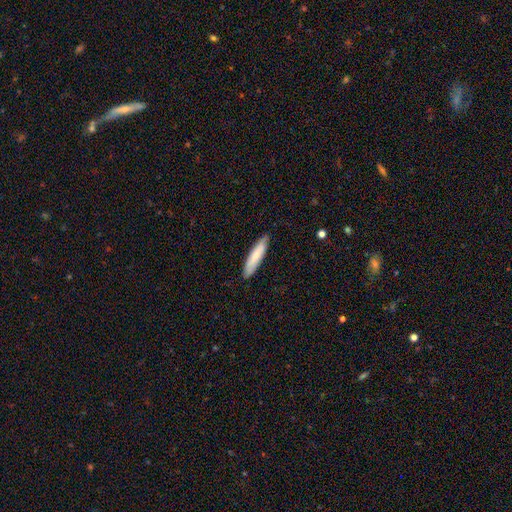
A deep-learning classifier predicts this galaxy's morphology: smooth_or_featured: smooth (p=0.78) [alt: featured or disk p=0.16]
how_rounded: cigar-shaped (p=0.85) [alt: in between p=0.14]
merging: none (p=0.86) [alt: minor disturbance p=0.11]